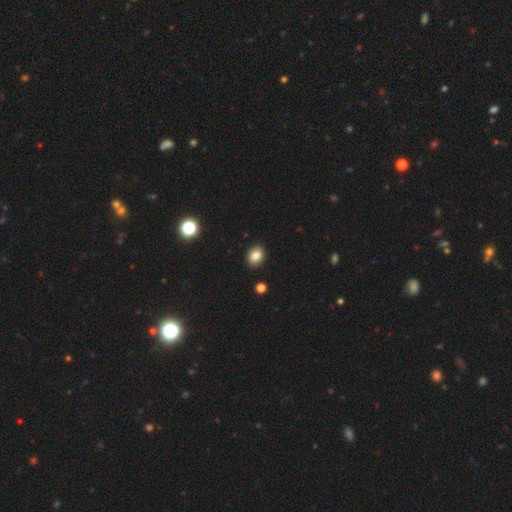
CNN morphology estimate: smooth-or-featured: smooth: 83% | star or artifact: 10% | featured or disk: 7%
  how-rounded: in between: 61% | round: 38% | cigar-shaped: 1%
  merging: none: 90% | minor disturbance: 7% | major disturbance: 2% | merger: 1%